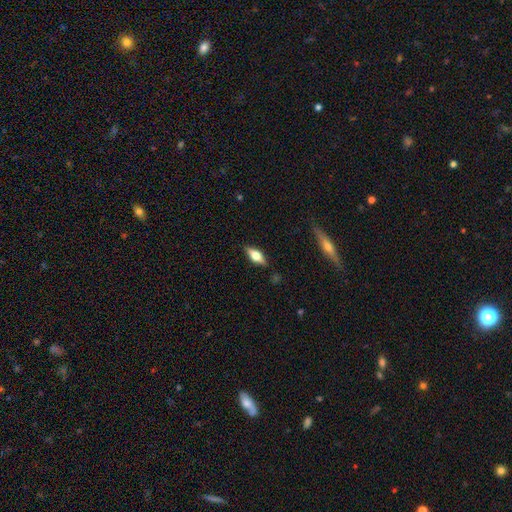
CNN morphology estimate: Overall: featured or disk (47%; smooth 45%). Merging: none (85%).